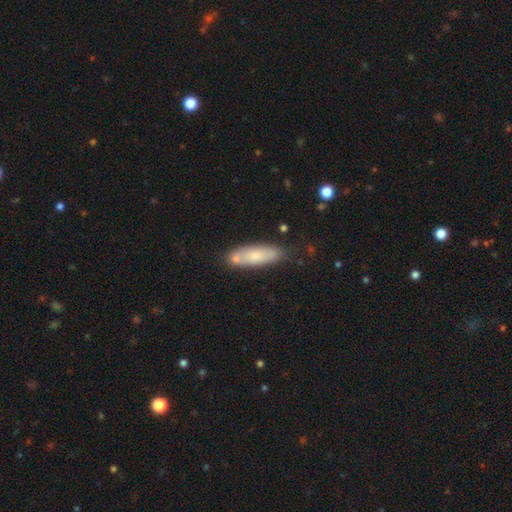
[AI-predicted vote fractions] smooth_or_featured: smooth (p=0.72) [alt: featured or disk p=0.22]
how_rounded: in between (p=0.52) [alt: cigar-shaped p=0.46]
merging: none (p=0.69) [alt: minor disturbance p=0.16]